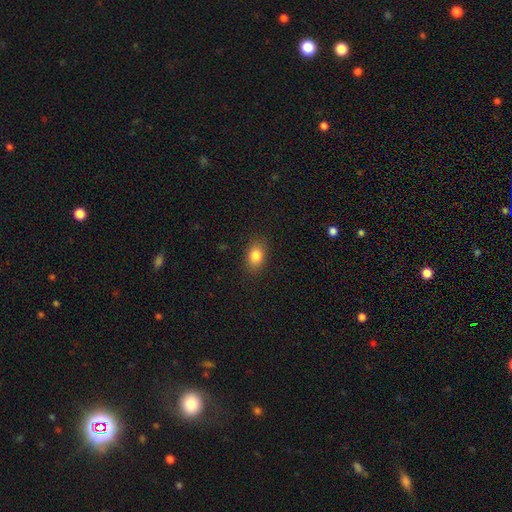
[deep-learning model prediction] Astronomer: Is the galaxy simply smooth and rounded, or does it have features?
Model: smooth — 85%.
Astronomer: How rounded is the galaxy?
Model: in between — 77%.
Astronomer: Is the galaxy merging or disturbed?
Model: none — 86%.